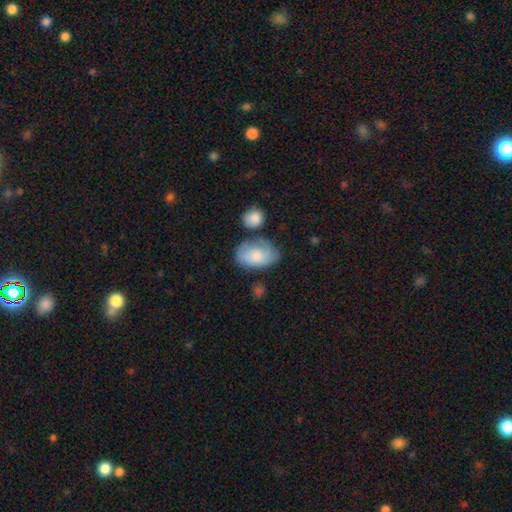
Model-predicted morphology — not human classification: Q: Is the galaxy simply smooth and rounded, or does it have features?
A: smooth — 72%.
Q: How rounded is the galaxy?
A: in between — 90%.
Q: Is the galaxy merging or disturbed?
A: none — 49%.